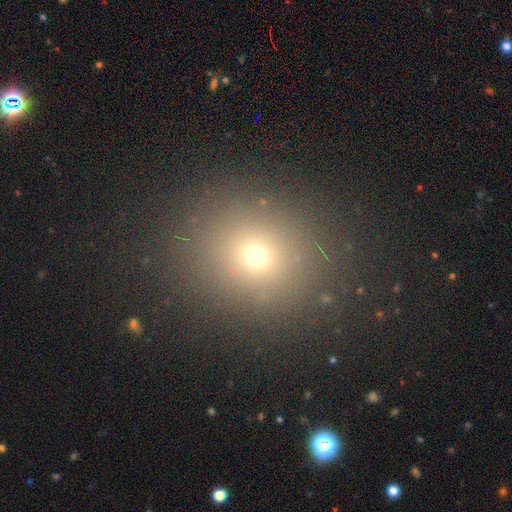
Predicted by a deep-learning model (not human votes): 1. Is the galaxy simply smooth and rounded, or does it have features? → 66% smooth, 24% star or artifact, 10% featured or disk.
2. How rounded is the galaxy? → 75% round, 24% in between, 1% cigar-shaped.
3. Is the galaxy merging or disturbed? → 87% none, 7% minor disturbance, 4% major disturbance, 2% merger.